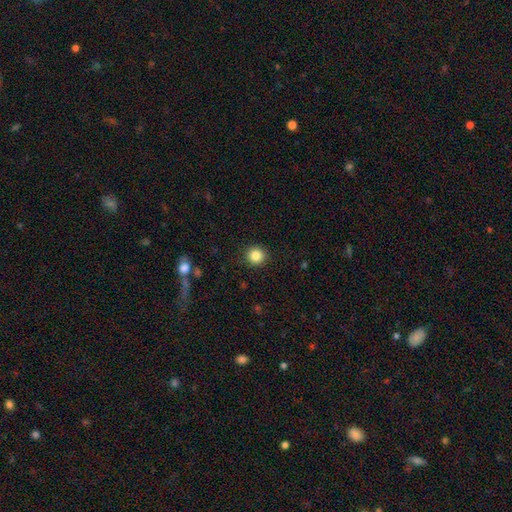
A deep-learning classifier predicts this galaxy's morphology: Smooth or featured? Predicted: smooth (p=0.85). How rounded? Predicted: round (p=0.92). Merging? Predicted: none (p=0.91).